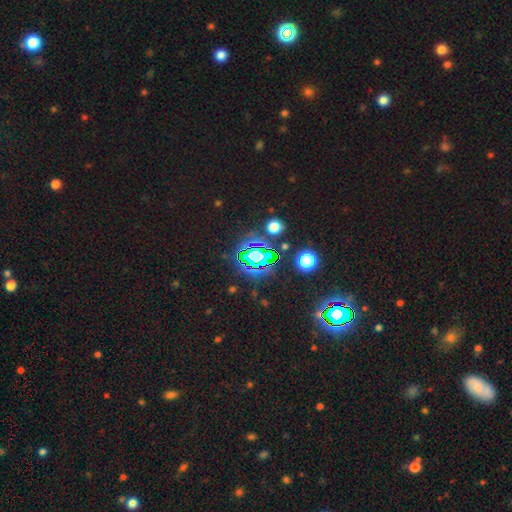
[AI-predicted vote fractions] Q: Smooth or featured?
A: star or artifact (70%); runner-up: smooth (20%)